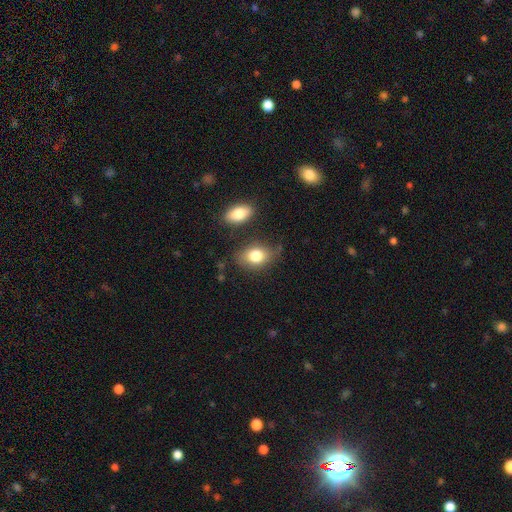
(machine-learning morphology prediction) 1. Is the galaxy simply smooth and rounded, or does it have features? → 80% smooth, 12% featured or disk, 8% star or artifact.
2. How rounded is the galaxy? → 80% in between, 19% round, 2% cigar-shaped.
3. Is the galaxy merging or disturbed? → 69% none, 19% minor disturbance, 7% merger, 5% major disturbance.